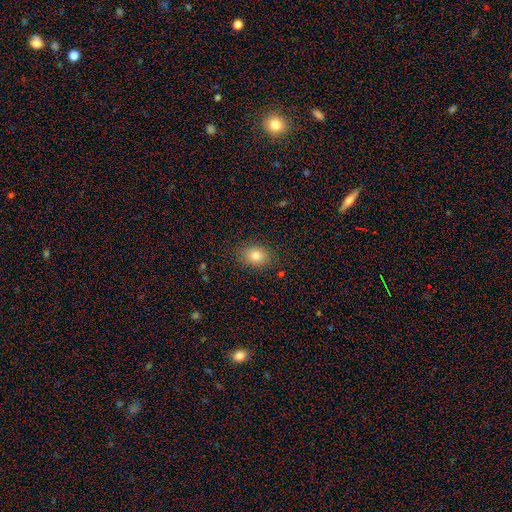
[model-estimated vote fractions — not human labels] Smooth or featured?
  - smooth: 80% *
  - star or artifact: 11%
  - featured or disk: 9%
How rounded?
  - in between: 58% *
  - round: 41%
  - cigar-shaped: 1%
Merging?
  - none: 86% *
  - minor disturbance: 10%
  - major disturbance: 3%
  - merger: 1%